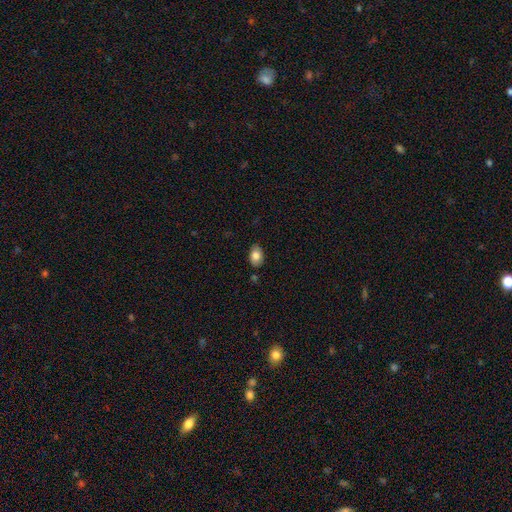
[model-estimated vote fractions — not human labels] A smooth galaxy with no disk features (82%) that is in between round and cigar-shaped (88%).

Vote fractions:
- Smooth or featured? smooth: 82% / featured or disk: 10% / star or artifact: 7%
- How rounded? in between: 88% / round: 11% / cigar-shaped: 1%
- Merging? none: 83% / minor disturbance: 12% / merger: 3% / major disturbance: 2%